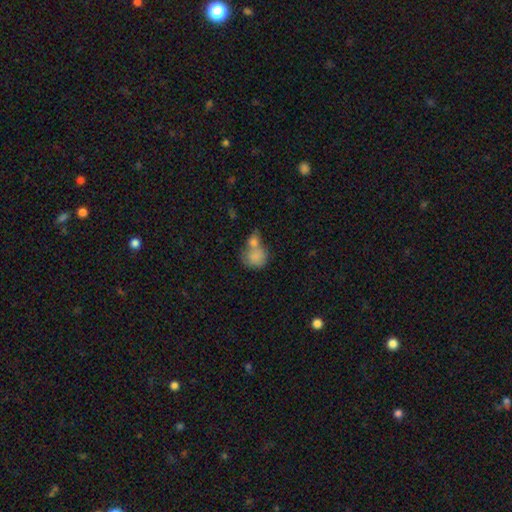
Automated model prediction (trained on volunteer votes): Smooth or featured?
  - smooth: 82% *
  - featured or disk: 11%
  - star or artifact: 8%
How rounded?
  - round: 69% *
  - in between: 30%
  - cigar-shaped: 1%
Merging?
  - merger: 56% *
  - none: 27%
  - minor disturbance: 11%
  - major disturbance: 6%